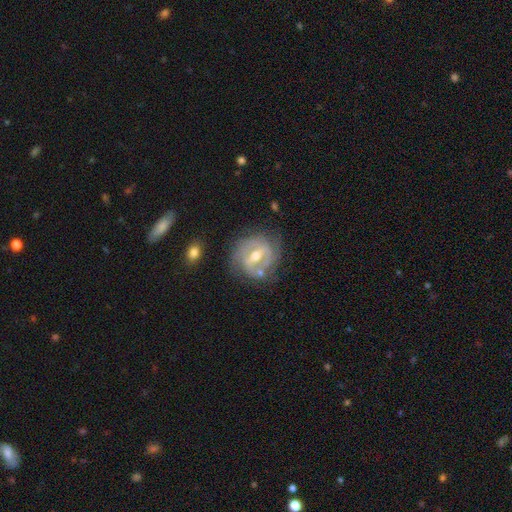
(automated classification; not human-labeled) featured or disk 78%, smooth 15%, star or artifact 6%. Down the decision tree: edge-on disk — no (96%); bar — weak (46%); spiral arms — yes (78%); spiral arm count — 2 (52%); spiral winding — tight (51%); bulge size — moderate (73%); merging — none (66%).